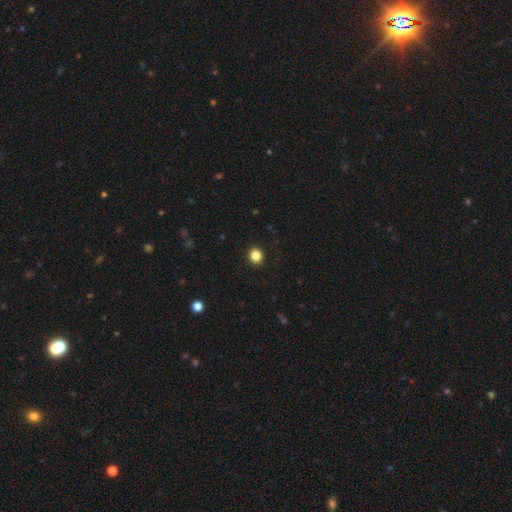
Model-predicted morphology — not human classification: Smooth or featured: smooth — 85% (star or artifact — 11%)
How rounded: round — 84% (in between — 15%)
Merging: none — 93% (minor disturbance — 5%)